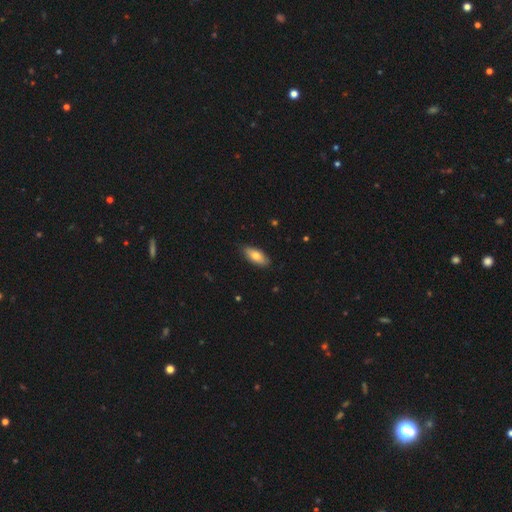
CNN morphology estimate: A smooth galaxy with no disk features (74%) that is in between round and cigar-shaped (85%).

Vote fractions:
- Smooth or featured? smooth: 74% / featured or disk: 20% / star or artifact: 6%
- How rounded? in between: 85% / cigar-shaped: 13% / round: 2%
- Merging? none: 84% / minor disturbance: 13% / major disturbance: 2% / merger: 1%